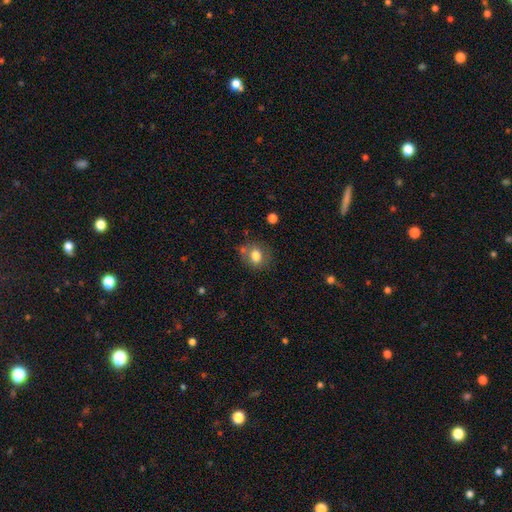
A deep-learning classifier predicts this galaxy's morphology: smooth-or-featured: smooth: 78% | featured or disk: 12% | star or artifact: 10%
  how-rounded: round: 65% | in between: 34% | cigar-shaped: 1%
  merging: none: 69% | minor disturbance: 17% | merger: 9% | major disturbance: 5%